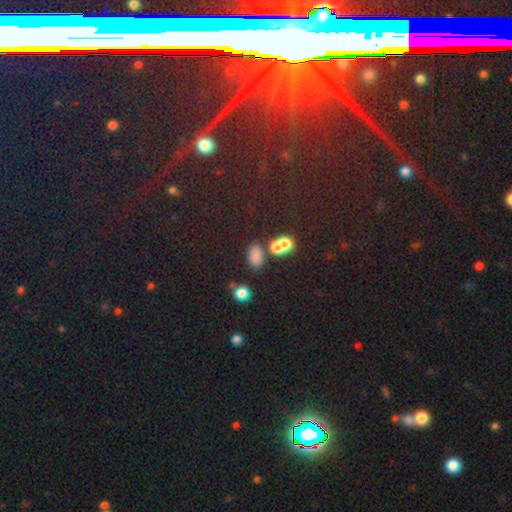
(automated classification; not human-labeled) Smooth or featured? smooth (75%)
How rounded? in between (81%)
Merging? none (58%)